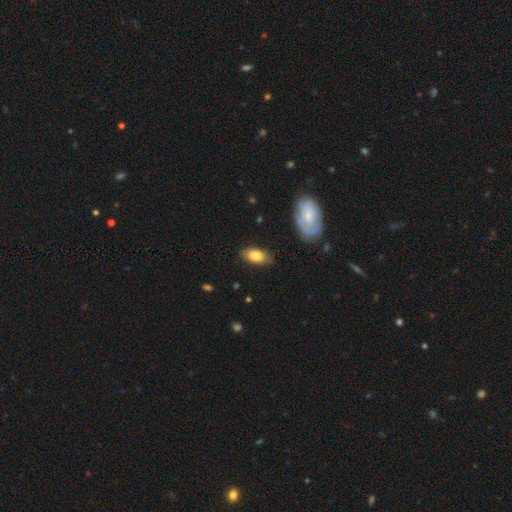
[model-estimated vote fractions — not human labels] The model was most divided on "smooth or featured": smooth: 79%, featured or disk: 14%, star or artifact: 6%. More confident: how rounded — in between (89%); merging — none (83%).